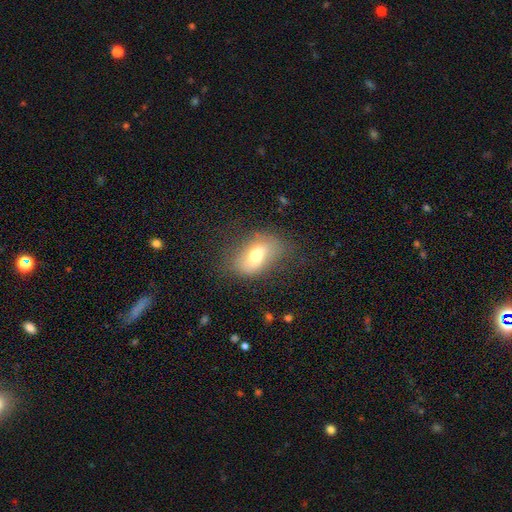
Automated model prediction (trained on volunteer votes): Morphology: type=smooth (64%); roundness=in between (87%); merging=none (67%).